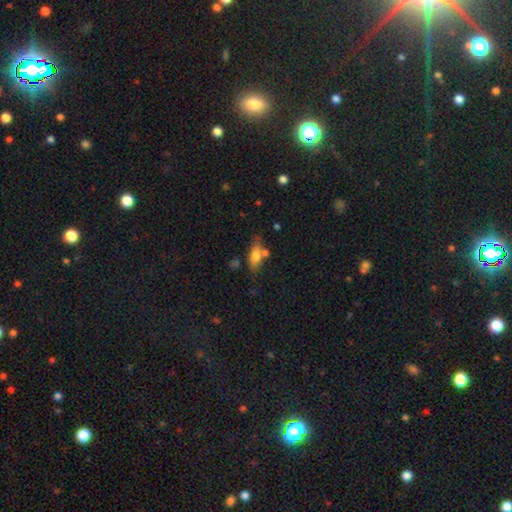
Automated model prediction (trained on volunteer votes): Smooth or featured? Predicted: smooth (p=0.71). How rounded? Predicted: in between (p=0.77). Merging? Predicted: none (p=0.58).